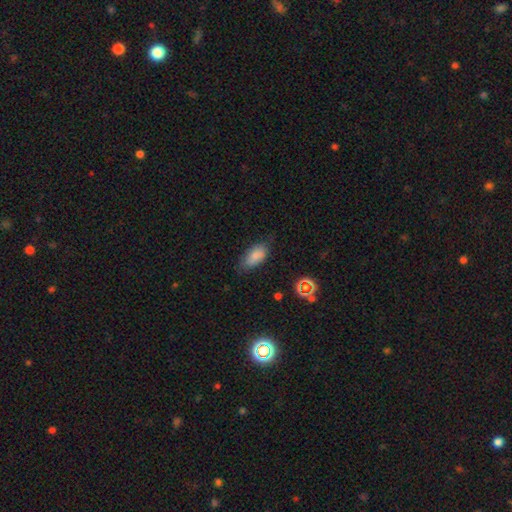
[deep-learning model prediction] Q: Smooth or featured?
A: smooth (82%); runner-up: featured or disk (9%)
Q: How rounded?
A: in between (90%); runner-up: cigar-shaped (6%)
Q: Merging?
A: none (70%); runner-up: minor disturbance (23%)